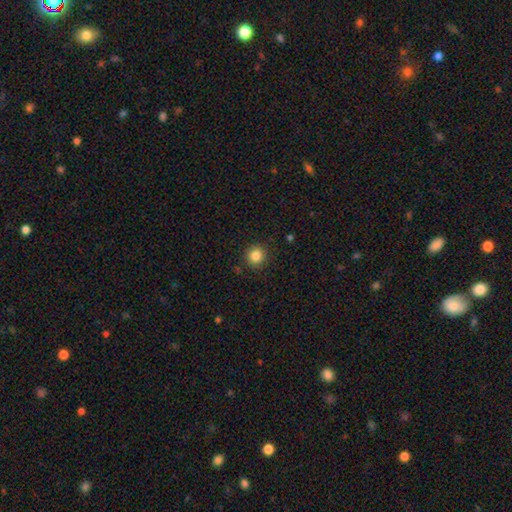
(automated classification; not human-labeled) A smooth galaxy with no disk features (84%) that is round (93%).

Vote fractions:
- Smooth or featured? smooth: 84% / star or artifact: 11% / featured or disk: 5%
- How rounded? round: 93% / in between: 6% / cigar-shaped: 1%
- Merging? none: 90% / minor disturbance: 7% / major disturbance: 2% / merger: 1%